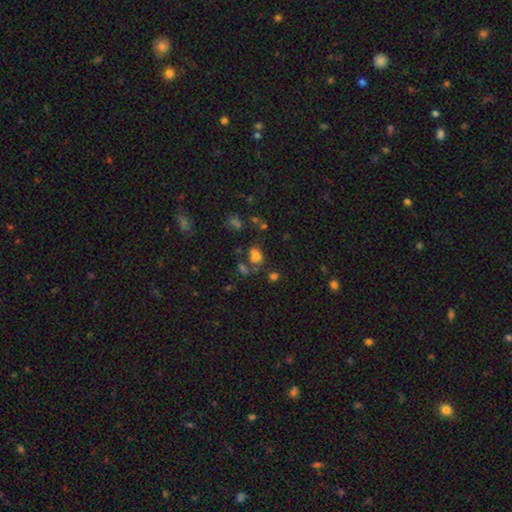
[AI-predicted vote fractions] A smooth galaxy with no disk features (65%) that is in between round and cigar-shaped (76%).

Vote fractions:
- Smooth or featured? smooth: 65% / star or artifact: 23% / featured or disk: 13%
- How rounded? in between: 76% / round: 22% / cigar-shaped: 2%
- Merging? none: 46% / merger: 27% / minor disturbance: 16% / major disturbance: 11%